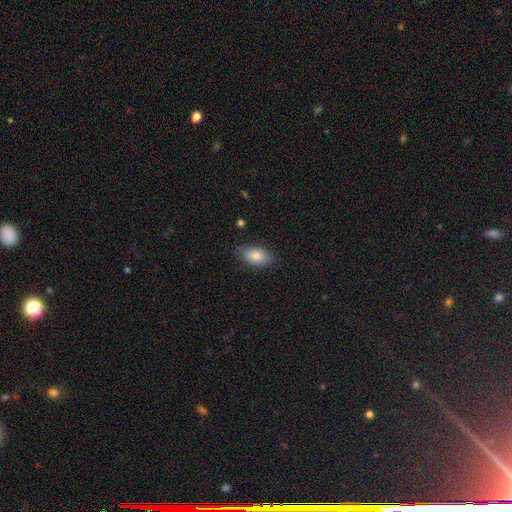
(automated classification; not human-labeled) This appears to be a smooth galaxy with no disk features (82%) that is in between round and cigar-shaped (91%). Merging: none (80%).